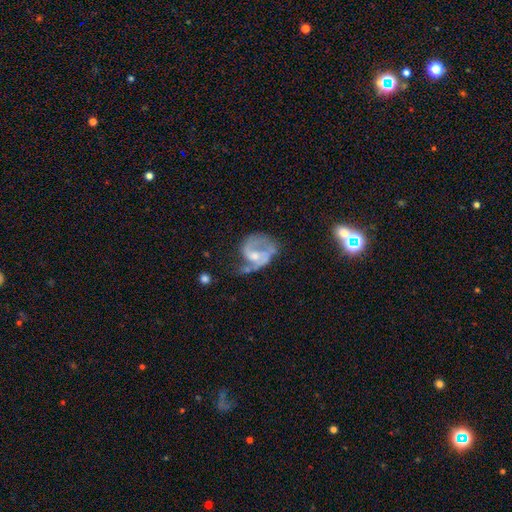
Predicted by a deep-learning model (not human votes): featured or disk 77%, smooth 17%, star or artifact 6%. Down the decision tree: edge-on disk — no (98%); bar — no (54%); spiral arms — yes (85%); spiral arm count — 2 (67%); spiral winding — medium (47%); bulge size — moderate (47%); merging — major disturbance (35%).